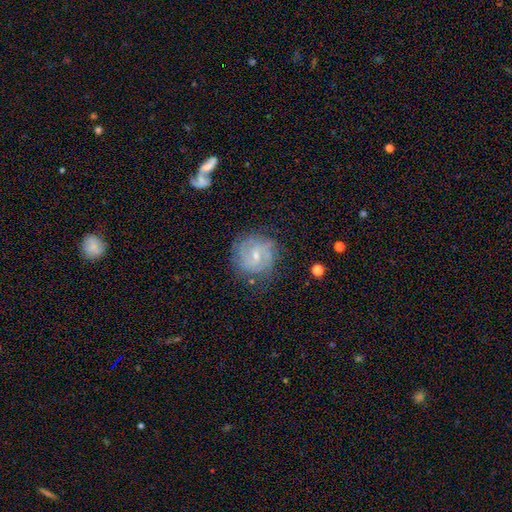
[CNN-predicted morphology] A featured or disk galaxy (69%) with a weak bar (50%), tight (51%) spiral arms (86%) and a small central bulge (65%). Merging: none (72%).